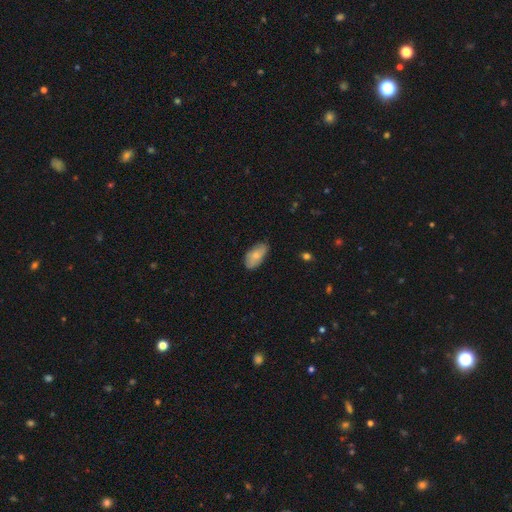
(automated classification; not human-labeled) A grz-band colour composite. It shows a smooth galaxy with no disk features (76%) that is in between round and cigar-shaped (93%). Merging: none (68%).